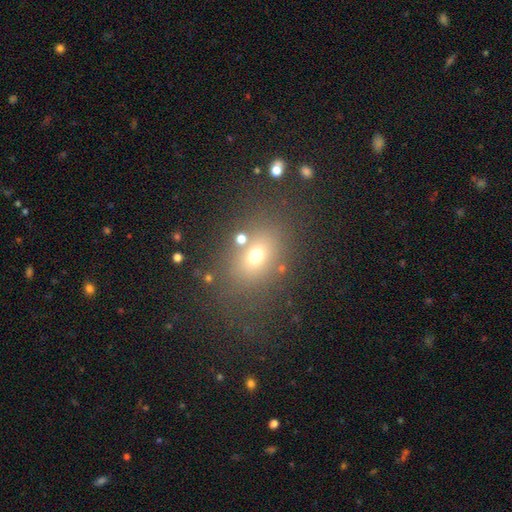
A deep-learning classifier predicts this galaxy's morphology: Smooth or featured: smooth — 66% (star or artifact — 20%)
How rounded: in between — 57% (round — 41%)
Merging: none — 72% (minor disturbance — 13%)